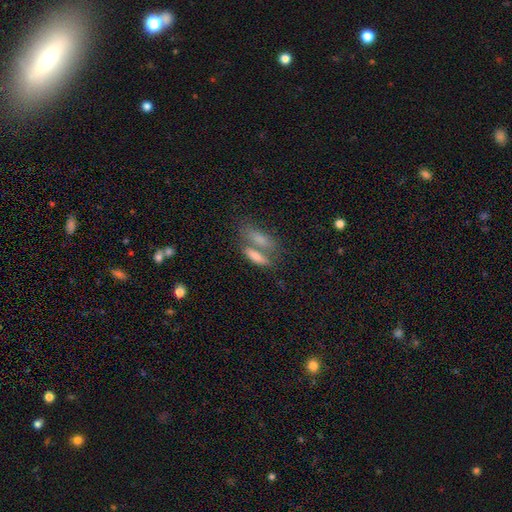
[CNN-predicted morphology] smooth-or-featured: smooth: 74% | featured or disk: 17% | star or artifact: 9%
  how-rounded: in between: 52% | cigar-shaped: 44% | round: 4%
  merging: merger: 48% | none: 39% | minor disturbance: 9% | major disturbance: 5%